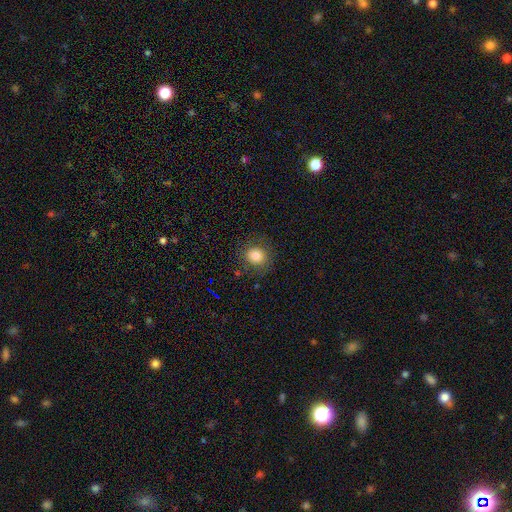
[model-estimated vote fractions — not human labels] Smooth or featured? Predicted: smooth (p=0.80). How rounded? Predicted: round (p=0.82). Merging? Predicted: none (p=0.84).